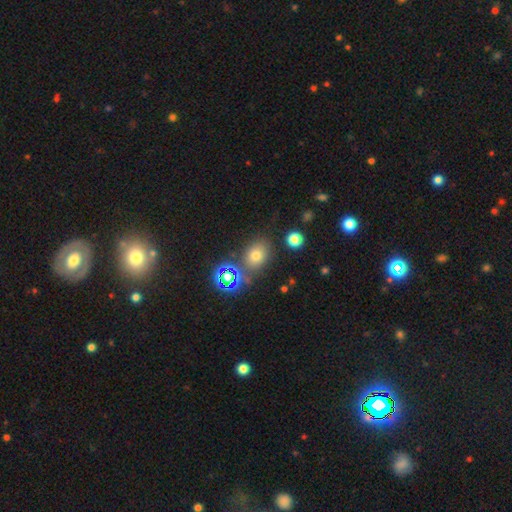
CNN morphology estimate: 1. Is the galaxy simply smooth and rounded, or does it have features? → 68% smooth, 21% star or artifact, 11% featured or disk.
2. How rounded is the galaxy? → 59% in between, 40% round, 1% cigar-shaped.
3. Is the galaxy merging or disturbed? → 73% none, 13% minor disturbance, 9% merger, 5% major disturbance.